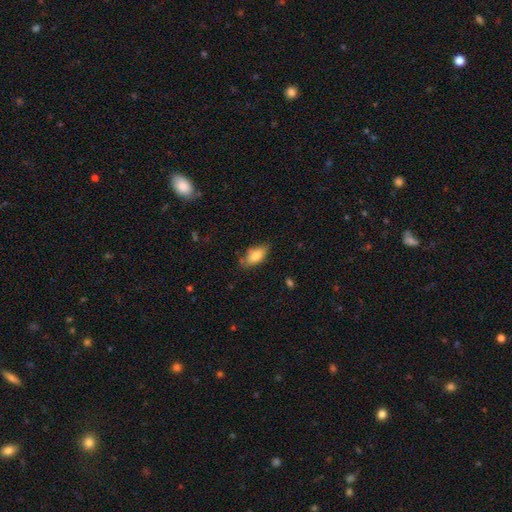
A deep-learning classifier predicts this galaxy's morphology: A smooth galaxy with no disk features (75%) that is in between round and cigar-shaped (88%). Merging: none (67%).